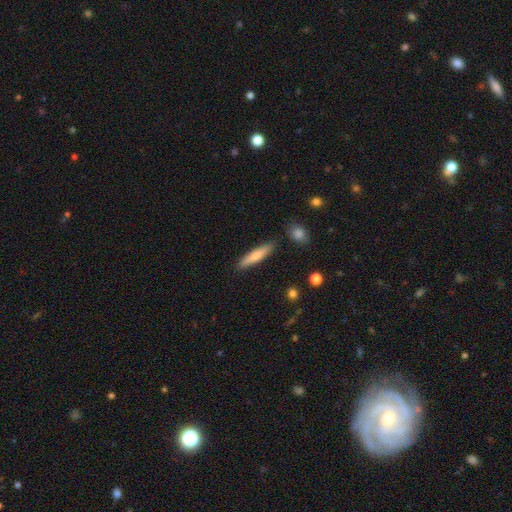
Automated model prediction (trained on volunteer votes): Smooth or featured?
  - smooth: 71% *
  - featured or disk: 23%
  - star or artifact: 6%
How rounded?
  - cigar-shaped: 86% *
  - in between: 13%
  - round: 2%
Merging?
  - none: 87% *
  - minor disturbance: 8%
  - merger: 3%
  - major disturbance: 2%